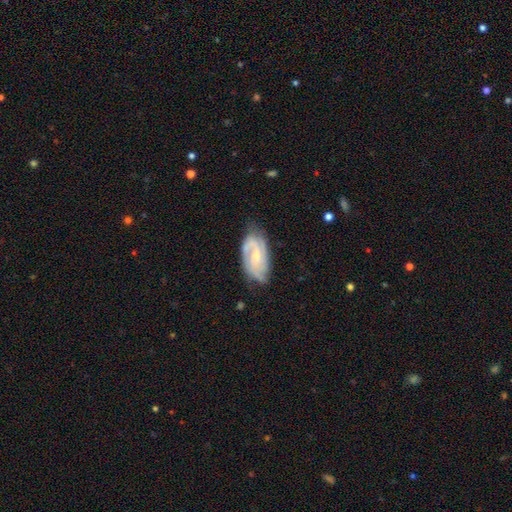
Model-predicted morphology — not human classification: The model was most divided on "spiral winding" (2-way tie): tight: 43%, medium: 43%, loose: 14%. Remaining: edge-on disk — no (96%); spiral arms — yes (95%); smooth or featured — featured or disk (81%); merging — none (69%); bulge size — small (59%); bar — no (51%); spiral arm count — 2 (46%).